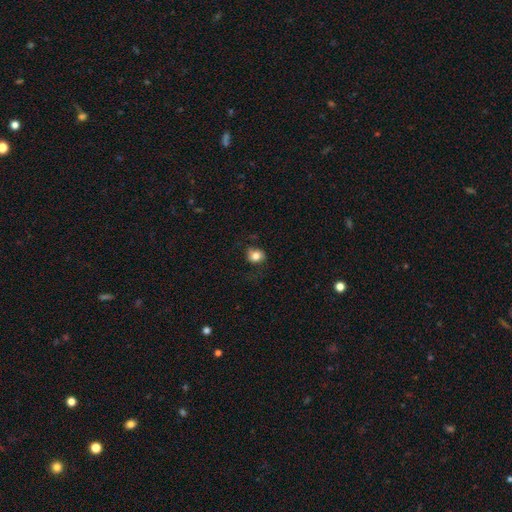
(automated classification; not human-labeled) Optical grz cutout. It shows a smooth galaxy with no disk features (76%) that is round (62%). Merging: none (65%).